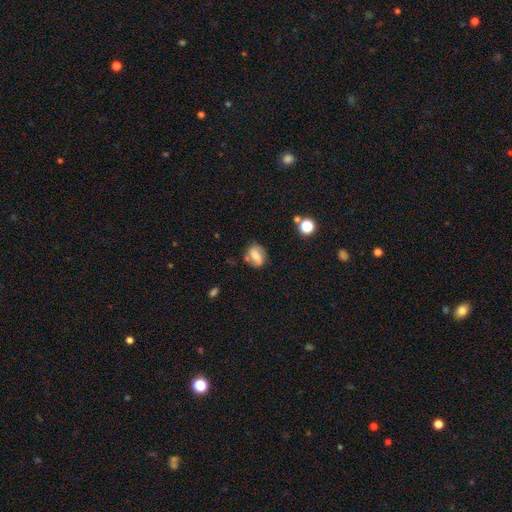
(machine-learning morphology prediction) smooth_or_featured: smooth (p=0.46) [alt: featured or disk p=0.44]
merging: none (p=0.65) [alt: minor disturbance p=0.21]